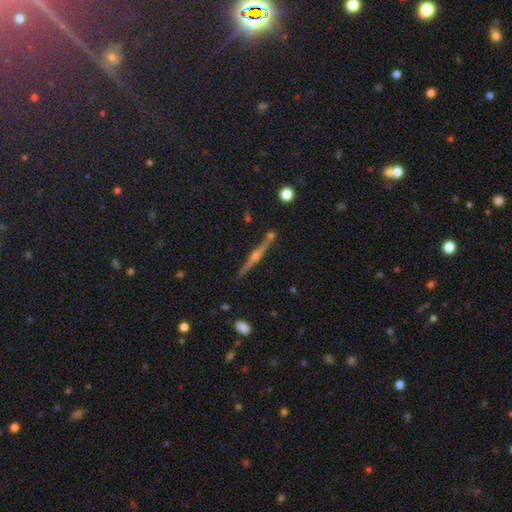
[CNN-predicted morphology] Smooth or featured? featured or disk (81%)
Edge-on disk? yes (98%)
Edge-on bulge? rounded (89%)
Merging? none (86%)